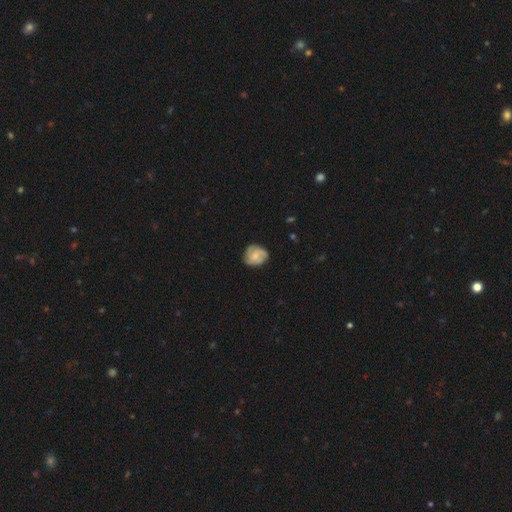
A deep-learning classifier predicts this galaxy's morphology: Smooth or featured: featured or disk — 53% (smooth — 40%)
Edge-on disk: no — 98% (yes — 2%)
Bar: no — 67% (weak — 29%)
Spiral arms: yes — 87% (no — 13%)
Bulge size: small — 50% (moderate — 31%)
Merging: none — 73% (minor disturbance — 20%)